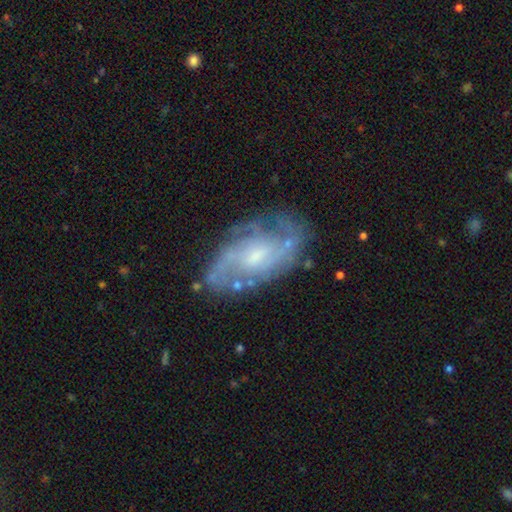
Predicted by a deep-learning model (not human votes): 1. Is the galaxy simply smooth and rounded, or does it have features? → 79% featured or disk, 14% smooth, 7% star or artifact.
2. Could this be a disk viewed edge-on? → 95% no, 5% yes.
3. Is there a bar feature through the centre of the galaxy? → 47% no, 45% weak, 8% strong.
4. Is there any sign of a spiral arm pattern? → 88% yes, 12% no.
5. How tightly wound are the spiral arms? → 43% medium, 38% tight, 19% loose.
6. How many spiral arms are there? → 37% can't tell, 33% 2, 15% 3, 7% 4, 5% 1, 4% more than 4.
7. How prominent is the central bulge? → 50% small, 36% moderate, 9% none, 4% large, 1% dominant.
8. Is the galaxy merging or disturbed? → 69% none, 19% minor disturbance, 9% major disturbance, 2% merger.